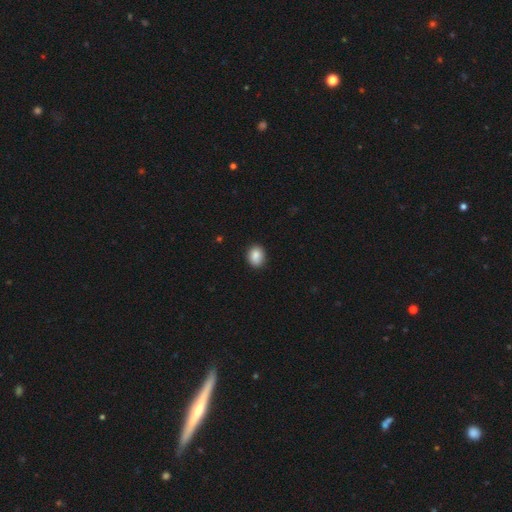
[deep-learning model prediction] This appears to be a smooth galaxy with no disk features (87%) that is round (51%). Merging: none (87%).